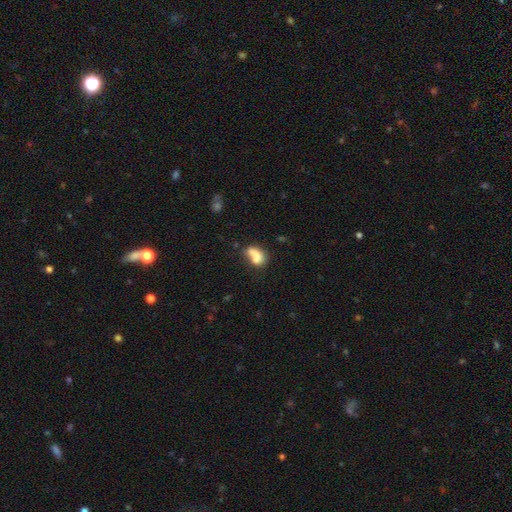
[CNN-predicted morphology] This is likely a smooth galaxy (74%). How rounded: clearly in between (81%). Merging: marginally merger (34%).